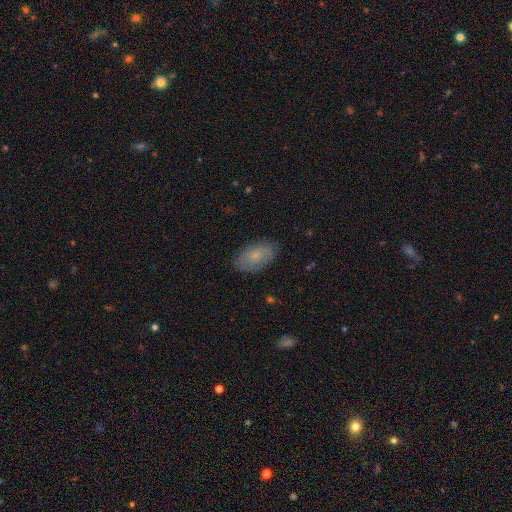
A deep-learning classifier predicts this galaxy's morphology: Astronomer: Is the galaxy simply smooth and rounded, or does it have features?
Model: smooth — 65%.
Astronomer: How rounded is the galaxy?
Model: in between — 92%.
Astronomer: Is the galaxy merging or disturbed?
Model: none — 82%.